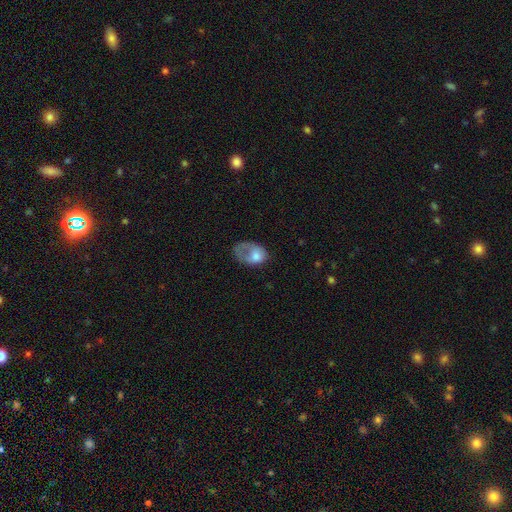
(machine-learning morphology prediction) smooth 63%, featured or disk 29%, star or artifact 8%. Down the decision tree: how rounded — in between (78%); merging — major disturbance (50%).